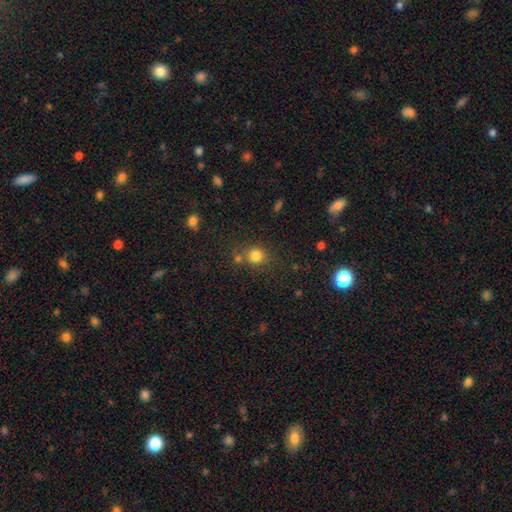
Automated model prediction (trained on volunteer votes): A smooth galaxy with no disk features (80%) that is round (82%).

Vote fractions:
- Smooth or featured? smooth: 80% / star or artifact: 14% / featured or disk: 6%
- How rounded? round: 82% / in between: 17% / cigar-shaped: 1%
- Merging? none: 69% / merger: 14% / minor disturbance: 12% / major disturbance: 5%